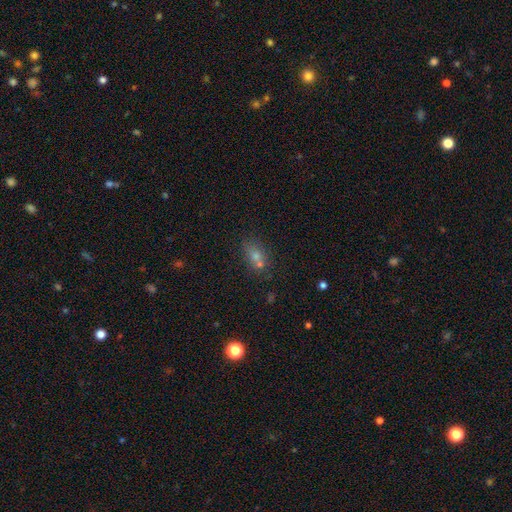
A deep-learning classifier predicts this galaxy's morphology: Smooth or featured? smooth (59%)
How rounded? in between (58%)
Merging? none (51%)